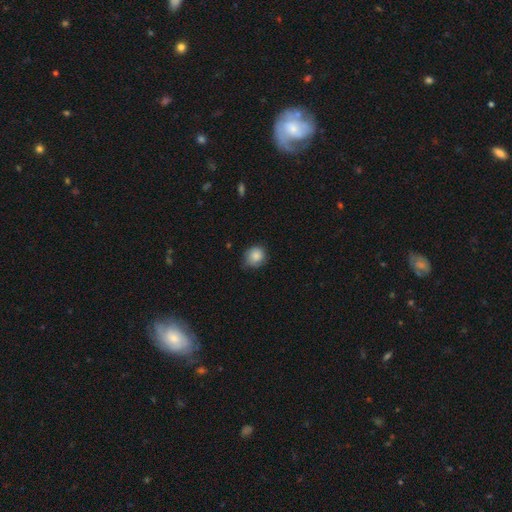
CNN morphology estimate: smooth-or-featured: smooth: 86% | star or artifact: 8% | featured or disk: 6%
  how-rounded: round: 82% | in between: 17% | cigar-shaped: 1%
  merging: none: 70% | minor disturbance: 25% | major disturbance: 4% | merger: 1%